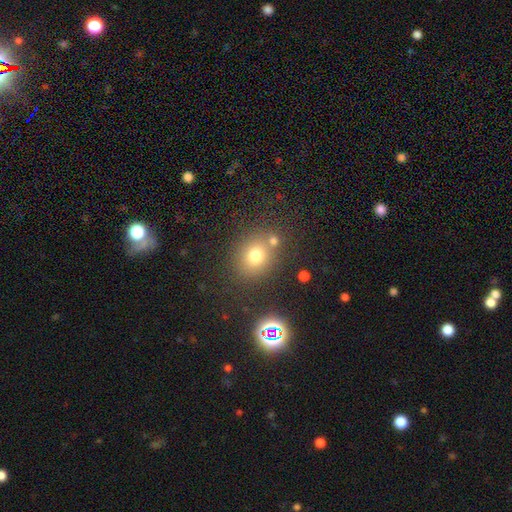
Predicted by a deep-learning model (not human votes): smooth-or-featured: smooth: 74% | star or artifact: 16% | featured or disk: 10%
  how-rounded: round: 67% | in between: 32% | cigar-shaped: 1%
  merging: none: 70% | merger: 15% | minor disturbance: 11% | major disturbance: 5%